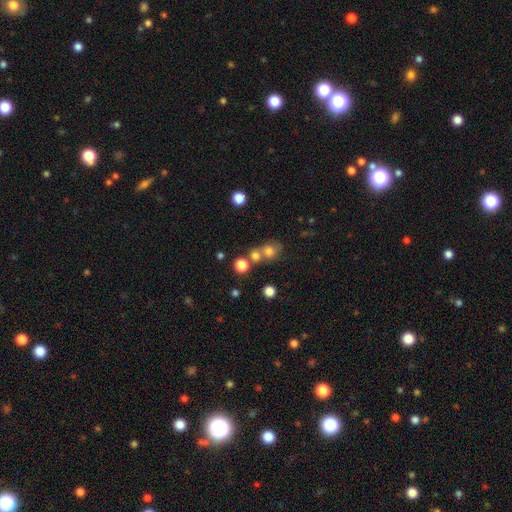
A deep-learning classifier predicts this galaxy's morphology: type=smooth (73%); roundness=round (78%); merging=none (48%).